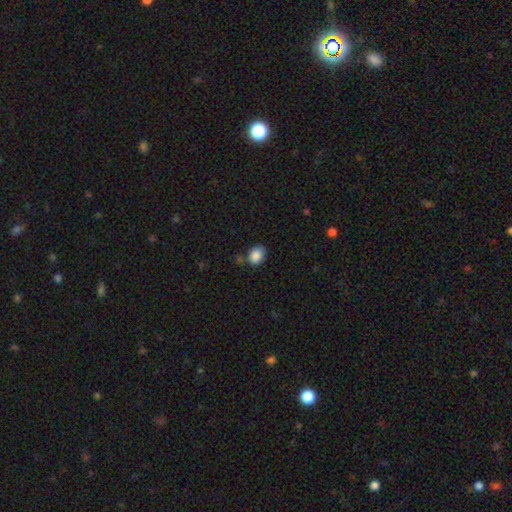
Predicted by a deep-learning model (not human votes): smooth-or-featured: smooth: 87% | star or artifact: 9% | featured or disk: 5%
  how-rounded: in between: 59% | round: 40% | cigar-shaped: 1%
  merging: none: 67% | minor disturbance: 21% | merger: 7% | major disturbance: 4%